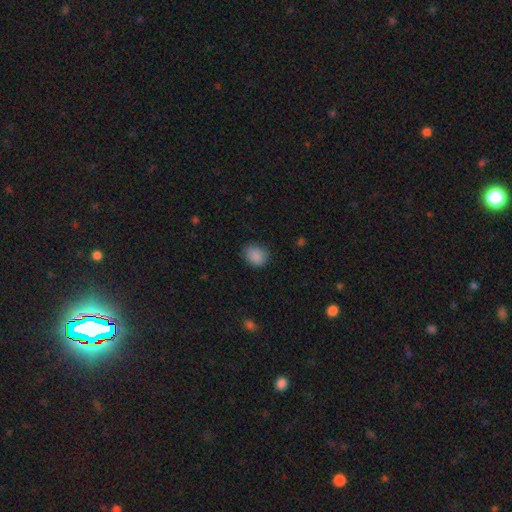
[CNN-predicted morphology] smooth_or_featured: smooth (p=0.87) [alt: star or artifact p=0.09]
how_rounded: round (p=0.61) [alt: in between p=0.38]
merging: none (p=0.80) [alt: minor disturbance p=0.15]